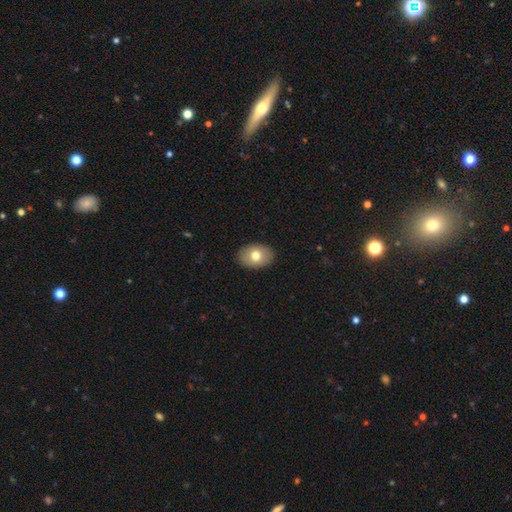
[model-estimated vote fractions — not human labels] A smooth galaxy with no disk features (73%) that is in between round and cigar-shaped (81%).

Vote fractions:
- Smooth or featured? smooth: 73% / featured or disk: 20% / star or artifact: 7%
- How rounded? in between: 81% / round: 18% / cigar-shaped: 1%
- Merging? none: 89% / minor disturbance: 8% / major disturbance: 2% / merger: 1%